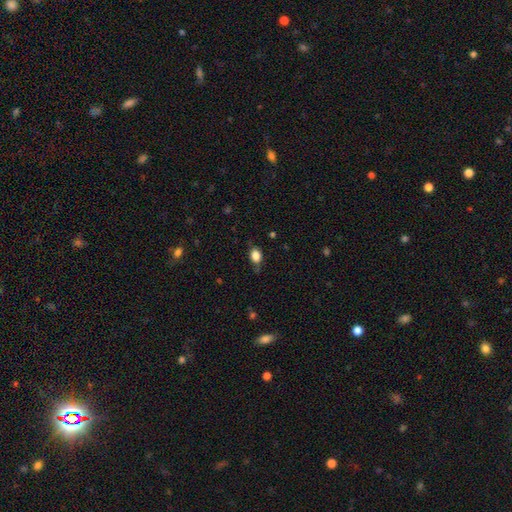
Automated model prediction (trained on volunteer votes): Smooth or featured: smooth — 84% (star or artifact — 10%)
How rounded: in between — 75% (round — 23%)
Merging: none — 73% (minor disturbance — 20%)